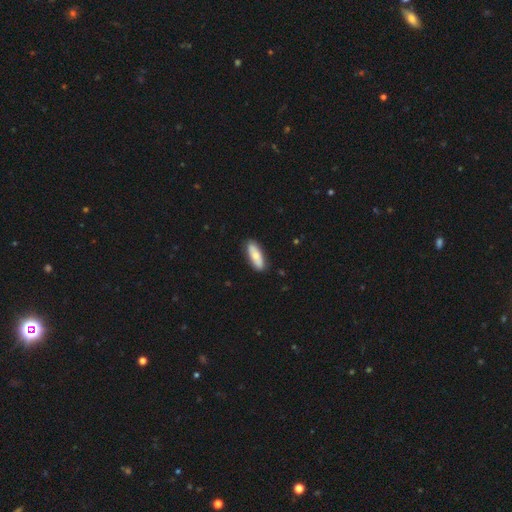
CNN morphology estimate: Smooth or featured? Predicted: smooth (p=0.73). How rounded? Predicted: in between (p=0.63). Merging? Predicted: none (p=0.87).